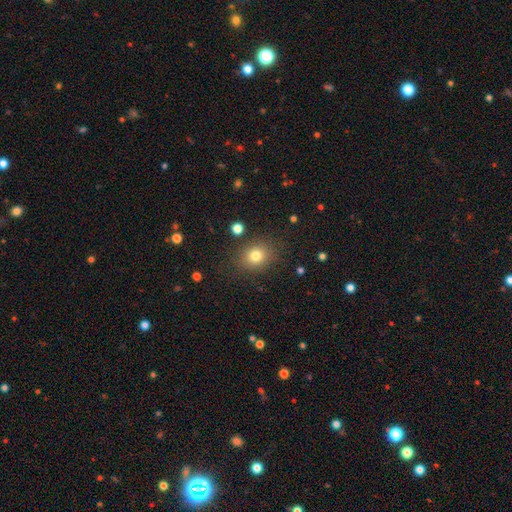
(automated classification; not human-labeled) This is likely a smooth galaxy (78%). How rounded: possibly round (57%). Merging: clearly none (84%).